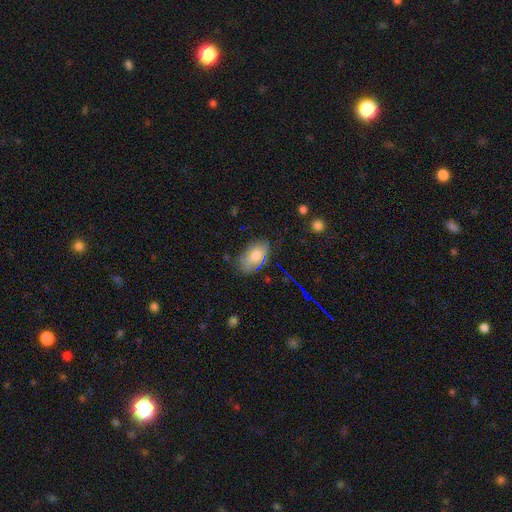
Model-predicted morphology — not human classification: The model was most divided on "merging": none: 69%, minor disturbance: 22%, major disturbance: 6%, merger: 2%. More confident: how rounded — in between (91%); smooth or featured — smooth (71%).